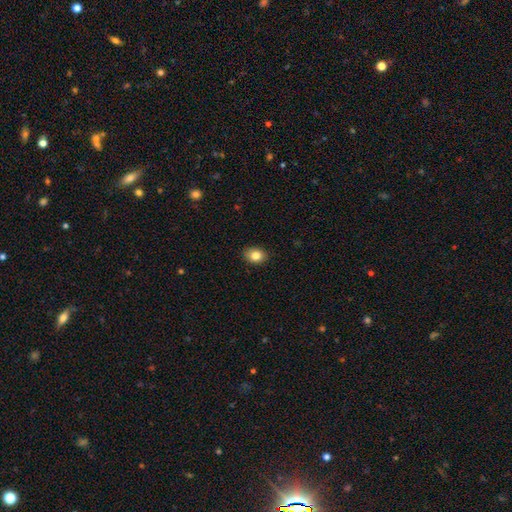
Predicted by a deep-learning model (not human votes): Smooth or featured? smooth (83%)
How rounded? in between (60%)
Merging? none (88%)